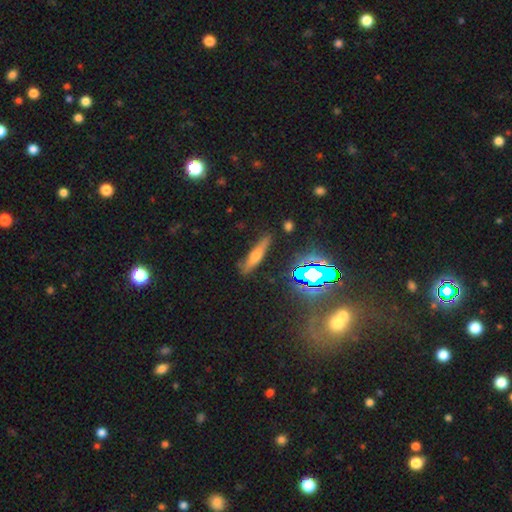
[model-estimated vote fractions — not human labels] This appears to be a smooth galaxy with no disk features (48%). Merging: none (82%).